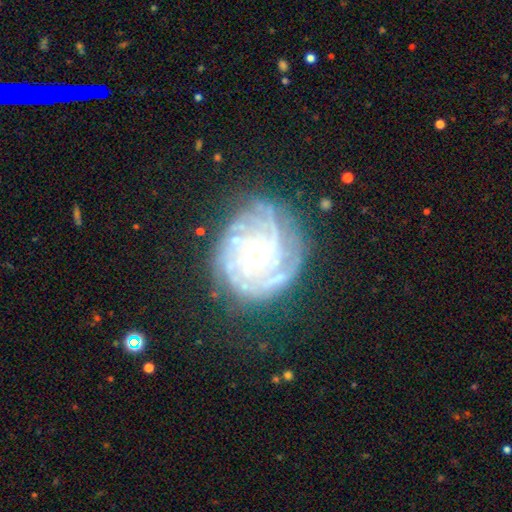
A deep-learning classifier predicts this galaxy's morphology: featured or disk 84%, smooth 8%, star or artifact 8%. Down the decision tree: edge-on disk — no (97%); bar — no (76%); spiral arms — yes (95%); spiral arm count — can't tell (32%); spiral winding — tight (72%); bulge size — small (72%); merging — none (72%).